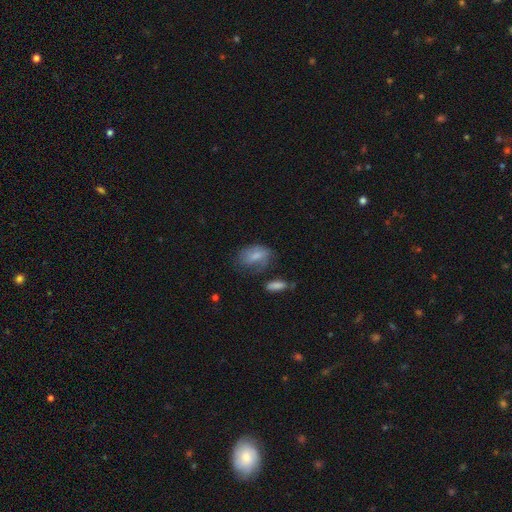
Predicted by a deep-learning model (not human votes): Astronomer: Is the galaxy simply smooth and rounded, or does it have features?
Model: smooth — 63%.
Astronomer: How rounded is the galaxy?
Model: in between — 83%.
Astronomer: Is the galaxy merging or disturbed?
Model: none — 45% (runner-up: minor disturbance, 29%).